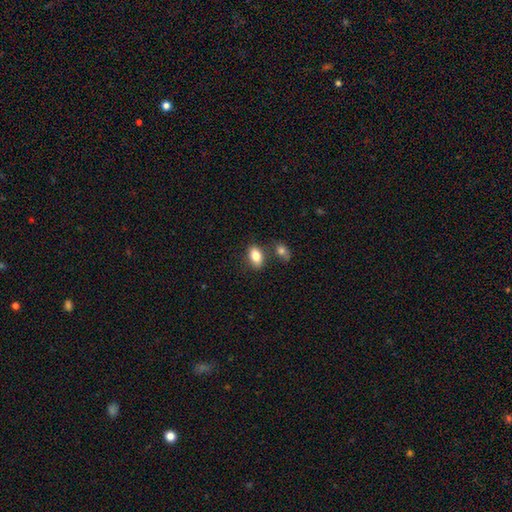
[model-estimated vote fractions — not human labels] The model was most divided on "merging": none: 72%, merger: 13%, minor disturbance: 12%, major disturbance: 4%. More confident: how rounded — in between (88%); smooth or featured — smooth (83%).